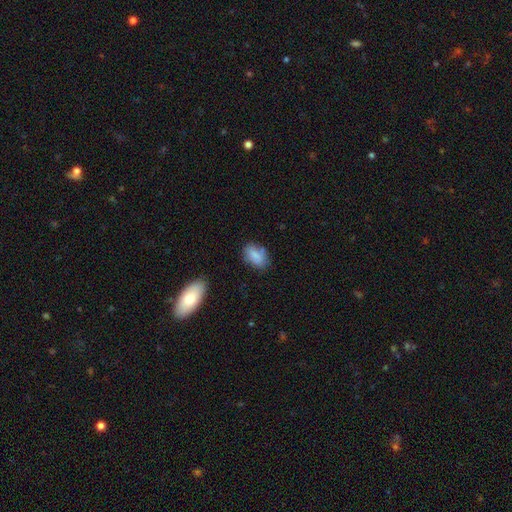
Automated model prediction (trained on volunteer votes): A smooth galaxy with no disk features (81%) that is in between round and cigar-shaped (89%).

Vote fractions:
- Smooth or featured? smooth: 81% / featured or disk: 11% / star or artifact: 8%
- How rounded? in between: 89% / round: 8% / cigar-shaped: 3%
- Merging? none: 69% / minor disturbance: 21% / merger: 5% / major disturbance: 5%